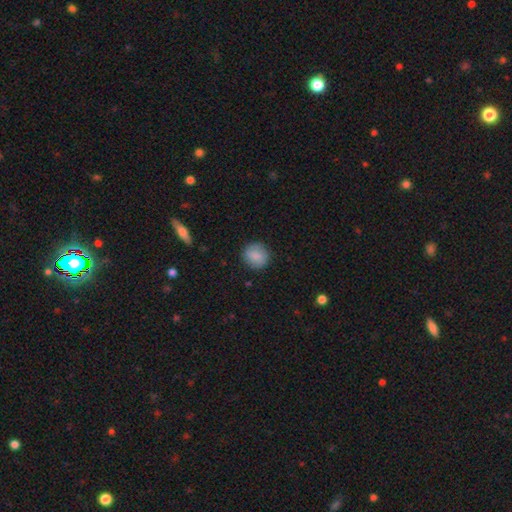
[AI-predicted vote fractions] Smooth or featured: smooth — 85% (featured or disk — 7%)
How rounded: round — 89% (in between — 10%)
Merging: none — 87% (minor disturbance — 10%)